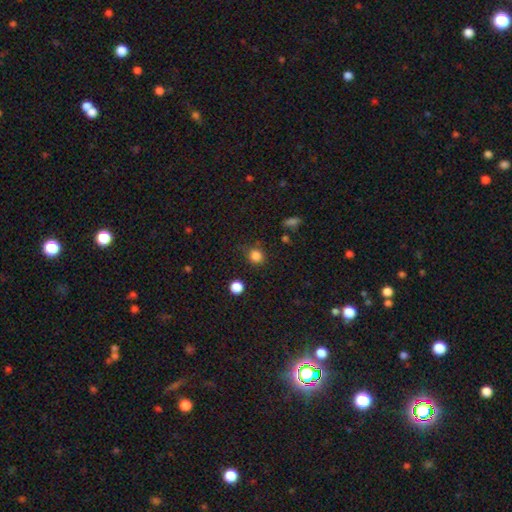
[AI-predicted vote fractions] Overall: smooth (83%). How rounded: round (84%). Merging: none (79%).